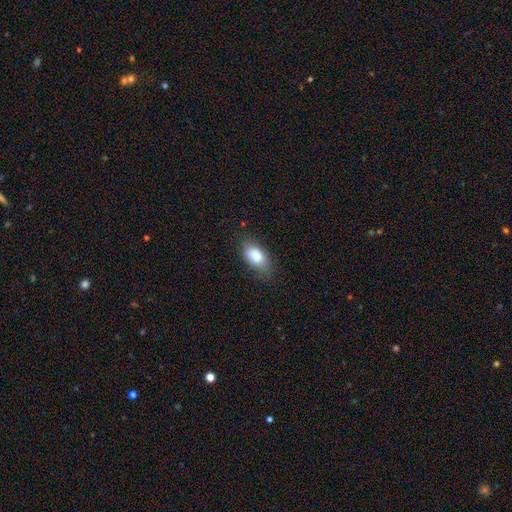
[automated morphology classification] Smooth or featured? Predicted: smooth (p=0.82). How rounded? Predicted: in between (p=0.89). Merging? Predicted: none (p=0.78).